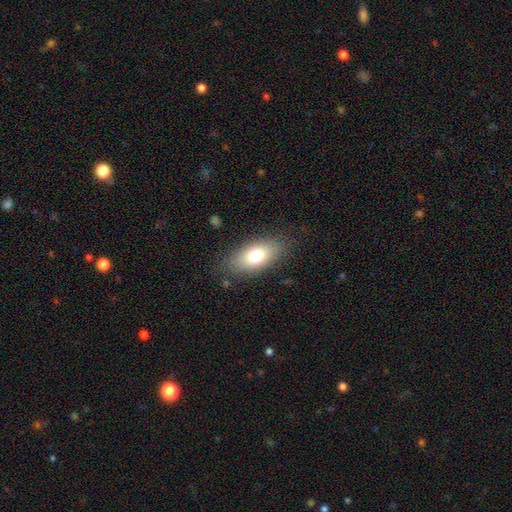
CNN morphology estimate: Q: Smooth or featured?
A: smooth (76%); runner-up: featured or disk (16%)
Q: How rounded?
A: in between (88%); runner-up: cigar-shaped (8%)
Q: Merging?
A: none (82%); runner-up: minor disturbance (12%)